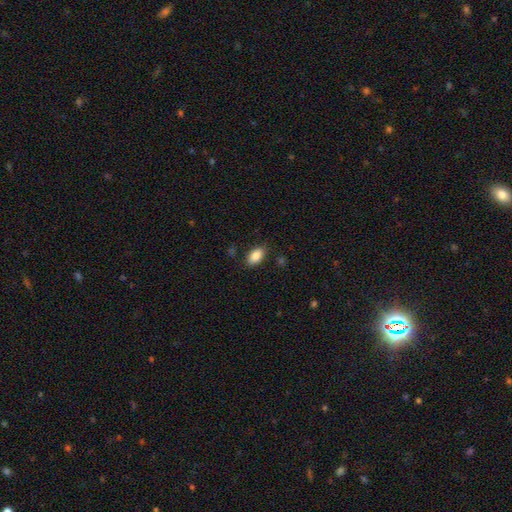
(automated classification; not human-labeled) Smooth or featured? Predicted: smooth (p=0.88). How rounded? Predicted: in between (p=0.92). Merging? Predicted: none (p=0.84).